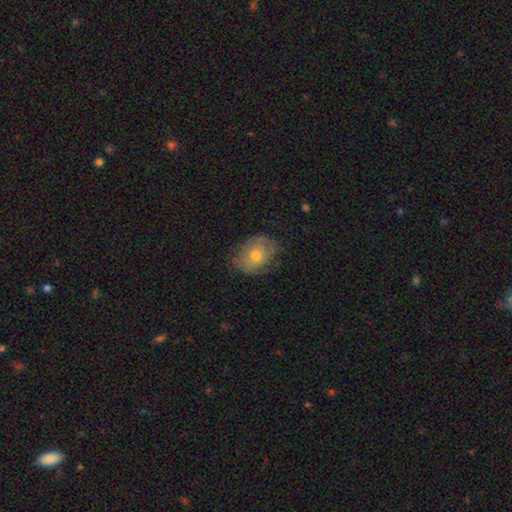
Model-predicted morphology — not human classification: A smooth galaxy with no disk features (55%) that is in between round and cigar-shaped (60%).

Vote fractions:
- Smooth or featured? smooth: 55% / featured or disk: 38% / star or artifact: 7%
- How rounded? in between: 60% / round: 39% / cigar-shaped: 1%
- Merging? none: 62% / minor disturbance: 27% / major disturbance: 10% / merger: 1%